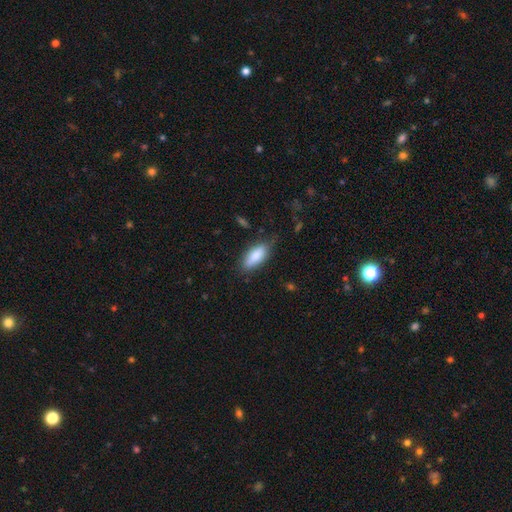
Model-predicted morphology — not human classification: A smooth galaxy with no disk features (83%) that is in between round and cigar-shaped (80%).

Vote fractions:
- Smooth or featured? smooth: 83% / featured or disk: 10% / star or artifact: 6%
- How rounded? in between: 80% / cigar-shaped: 18% / round: 2%
- Merging? none: 72% / minor disturbance: 21% / major disturbance: 5% / merger: 2%